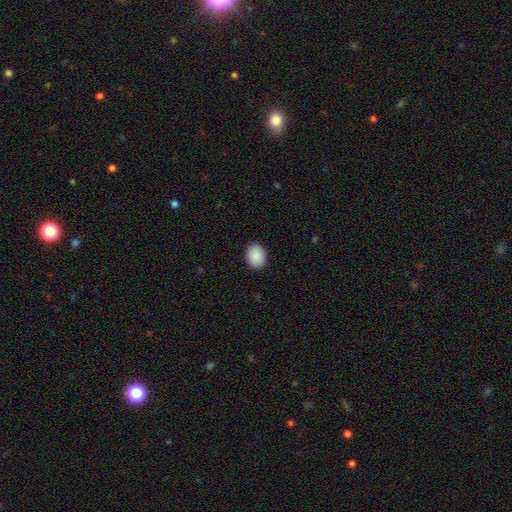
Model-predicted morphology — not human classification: smooth 90%, star or artifact 7%, featured or disk 3%. Down the decision tree: how rounded — in between (65%); merging — none (90%).